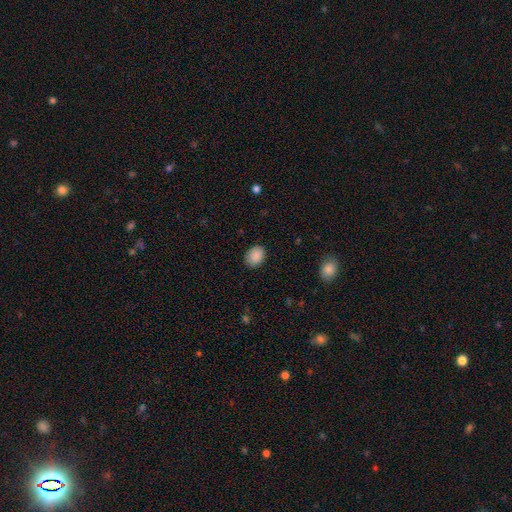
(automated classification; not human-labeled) Overall: smooth (89%). How rounded: in between (63%; round 37%). Merging: none (85%).